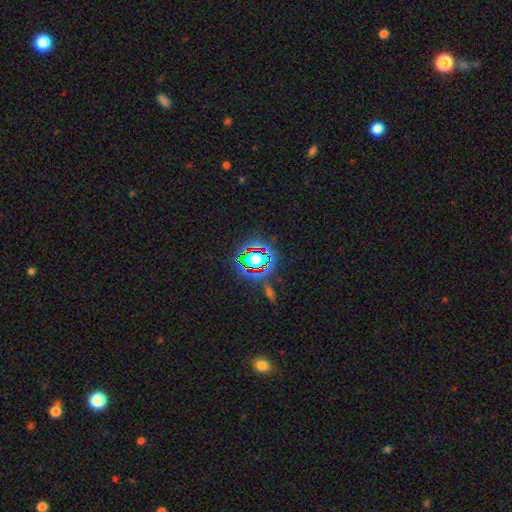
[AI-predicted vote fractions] The model was most divided on "smooth or featured": star or artifact: 78%, smooth: 13%, featured or disk: 9%.